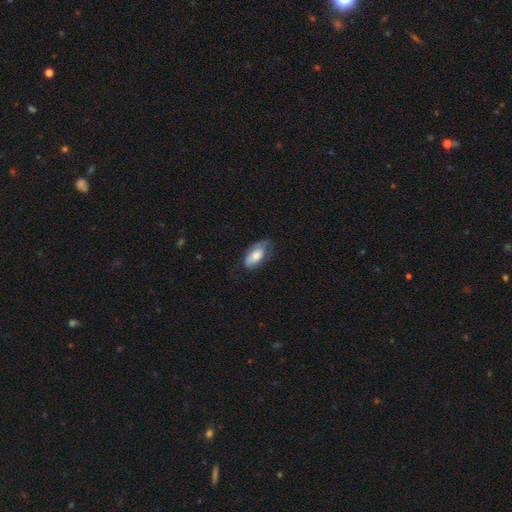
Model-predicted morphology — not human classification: type=smooth (73%); roundness=in between (92%); merging=none (51%).